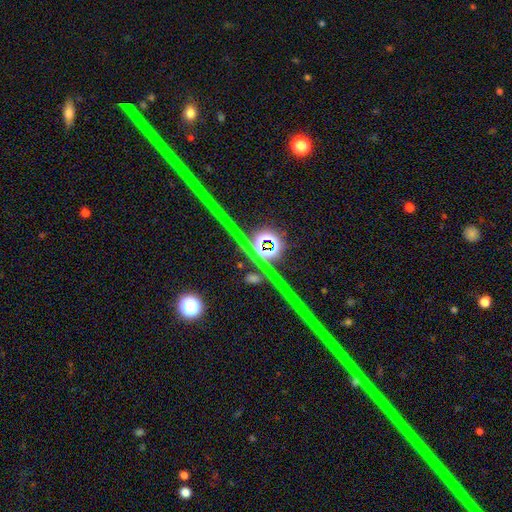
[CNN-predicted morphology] Smooth or featured? star or artifact (84%)